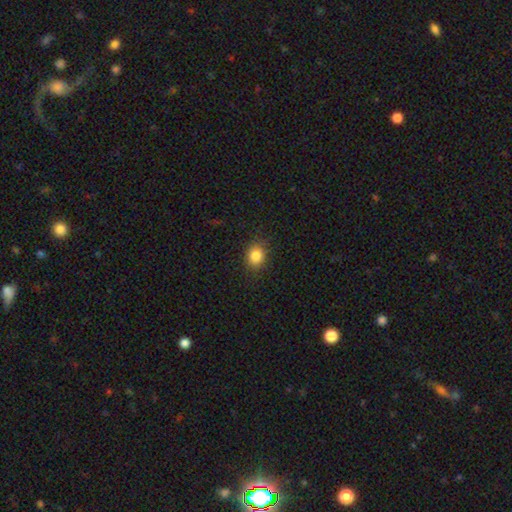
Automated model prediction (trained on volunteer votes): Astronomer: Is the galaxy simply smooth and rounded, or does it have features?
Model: smooth — 83%.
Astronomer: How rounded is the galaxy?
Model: round — 64%.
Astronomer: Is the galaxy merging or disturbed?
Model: none — 85%.